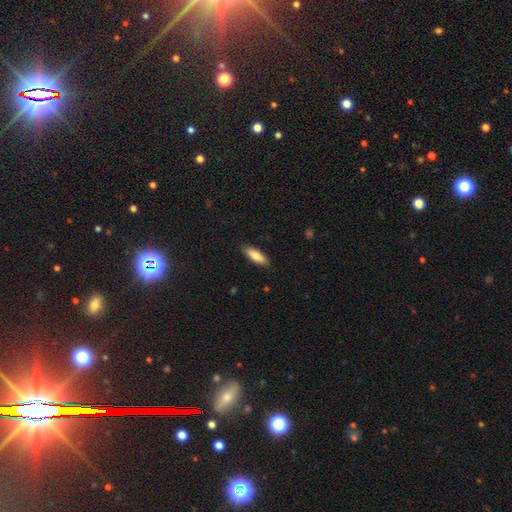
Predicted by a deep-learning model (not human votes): smooth_or_featured: smooth (p=0.75) [alt: featured or disk p=0.19]
how_rounded: in between (p=0.54) [alt: cigar-shaped p=0.44]
merging: none (p=0.88) [alt: minor disturbance p=0.09]